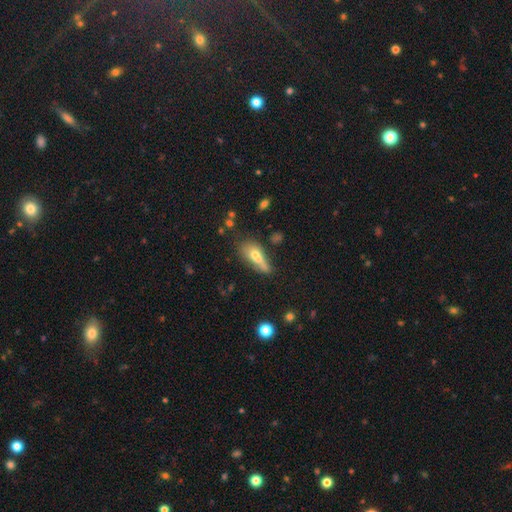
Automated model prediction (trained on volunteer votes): Smooth or featured?
  - smooth: 61% *
  - featured or disk: 27%
  - star or artifact: 11%
How rounded?
  - in between: 62% *
  - cigar-shaped: 30%
  - round: 8%
Merging?
  - none: 34% *
  - merger: 26%
  - minor disturbance: 23%
  - major disturbance: 17%